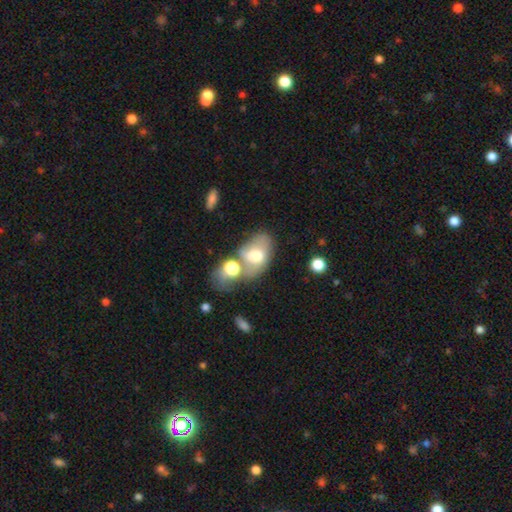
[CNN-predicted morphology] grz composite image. It shows a smooth galaxy with no disk features (59%) that is in between round and cigar-shaped (84%). Merging: merger (37%).